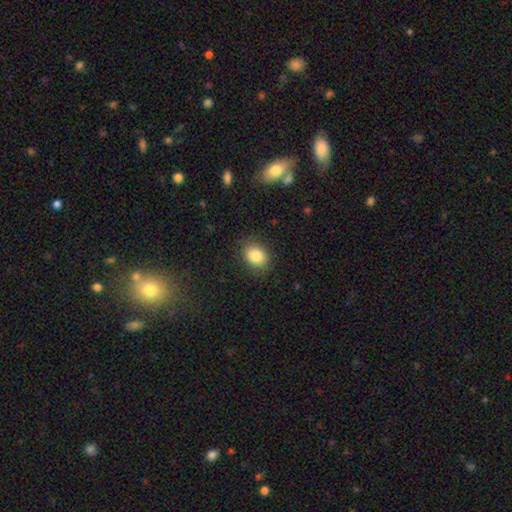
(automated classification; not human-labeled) This is clearly a smooth galaxy (84%). How rounded: possibly in between (57%). Merging: clearly none (84%).